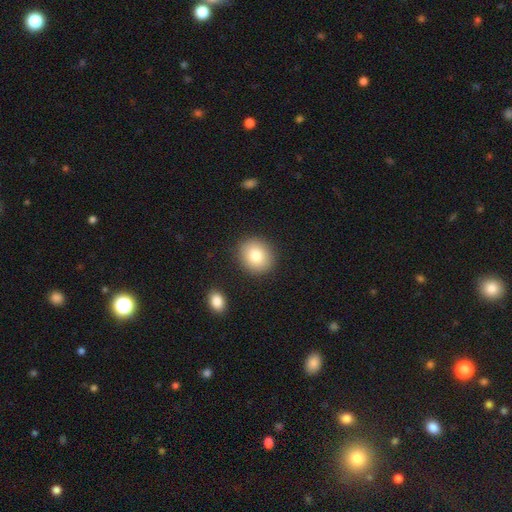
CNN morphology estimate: Smooth or featured?
  - smooth: 81% *
  - featured or disk: 10%
  - star or artifact: 9%
How rounded?
  - round: 77% *
  - in between: 22%
  - cigar-shaped: 1%
Merging?
  - none: 89% *
  - minor disturbance: 7%
  - major disturbance: 2%
  - merger: 2%